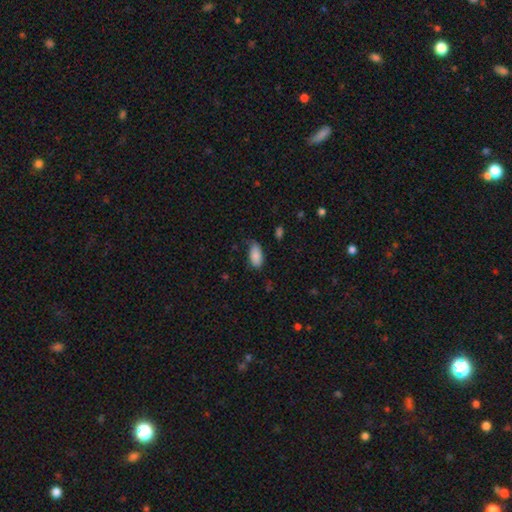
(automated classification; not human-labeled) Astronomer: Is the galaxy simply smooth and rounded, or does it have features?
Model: smooth — 87%.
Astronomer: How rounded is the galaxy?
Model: in between — 93%.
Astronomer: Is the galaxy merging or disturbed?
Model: none — 61%.